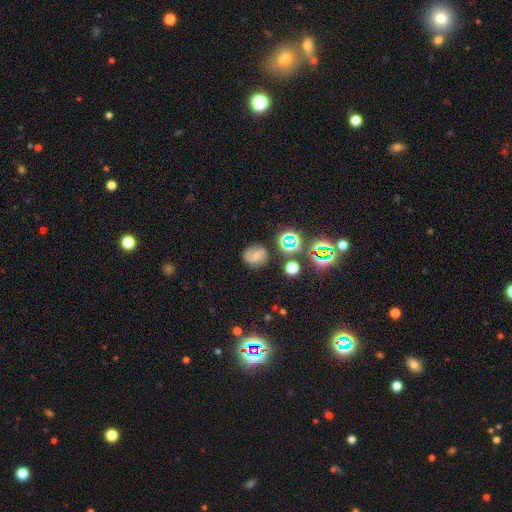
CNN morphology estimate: The model was most divided on "bar": weak: 44%, no: 41%, strong: 15%. Remaining: edge-on disk — no (98%); spiral arms — yes (92%); spiral arm count — 2 (82%); merging — none (76%); smooth or featured — featured or disk (62%); spiral winding — medium (50%); bulge size — small (49%).